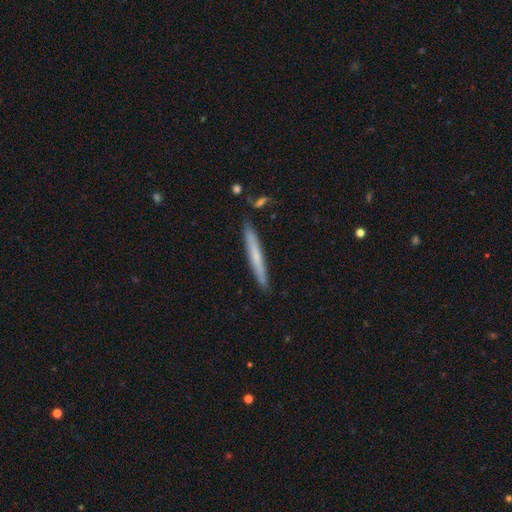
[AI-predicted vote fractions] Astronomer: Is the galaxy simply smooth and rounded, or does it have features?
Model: smooth — 56% (runner-up: featured or disk, 38%).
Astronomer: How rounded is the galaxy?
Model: cigar-shaped — 97%.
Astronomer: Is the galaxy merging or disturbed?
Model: none — 88%.